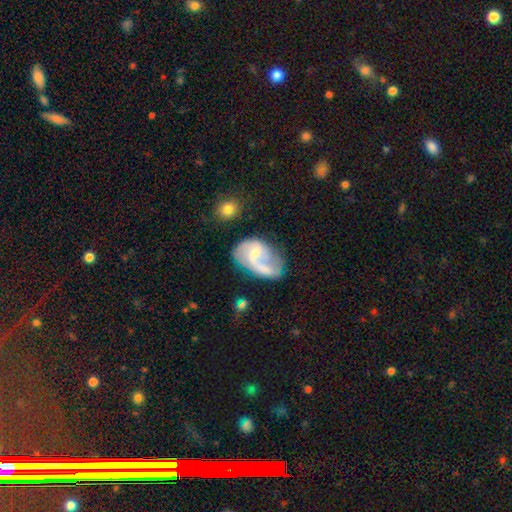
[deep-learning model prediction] Smooth or featured?
  - featured or disk: 69% *
  - smooth: 25%
  - star or artifact: 7%
Edge-on disk?
  - no: 97% *
  - yes: 3%
Bar?
  - no: 46% *
  - weak: 43%
  - strong: 11%
Spiral arms?
  - yes: 82% *
  - no: 18%
Spiral winding?
  - loose: 45% *
  - medium: 40%
  - tight: 15%
Spiral arm count?
  - 2: 58% *
  - 1: 24%
  - can't tell: 12%
  - 3: 3%
  - 4: 1%
  - more than 4: 1%
Bulge size?
  - small: 52% *
  - moderate: 27%
  - none: 17%
  - large: 3%
  - dominant: 1%
Merging?
  - none: 37% *
  - major disturbance: 27%
  - minor disturbance: 25%
  - merger: 11%